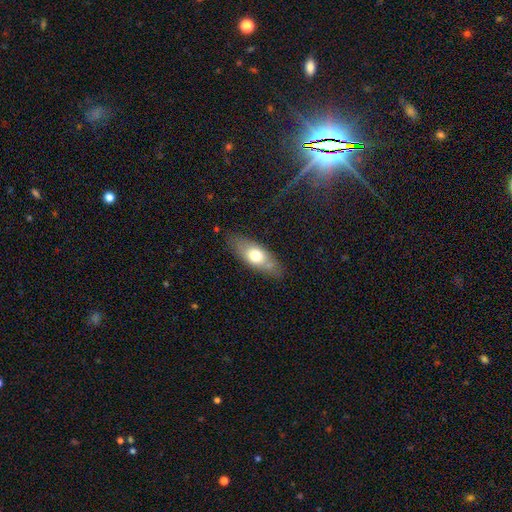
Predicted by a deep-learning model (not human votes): A smooth galaxy with no disk features (62%) that is in between round and cigar-shaped (76%). Merging: none (74%).